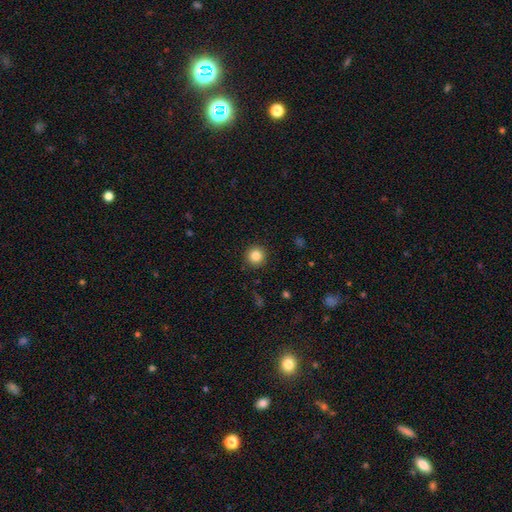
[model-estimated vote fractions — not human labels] Morphology: type=smooth (84%); roundness=round (95%); merging=none (92%).